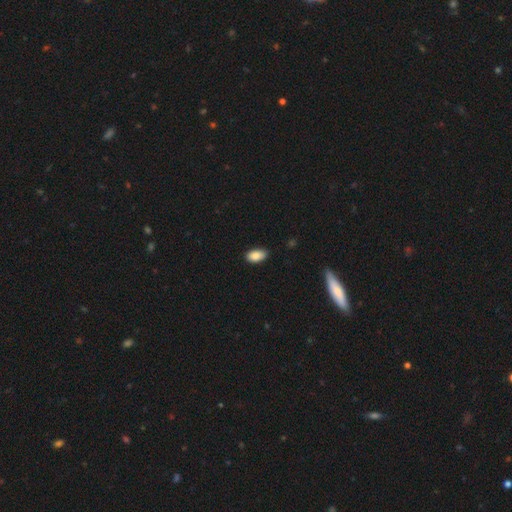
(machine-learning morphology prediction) Smooth or featured: smooth — 87% (star or artifact — 7%)
How rounded: in between — 94% (round — 4%)
Merging: none — 83% (minor disturbance — 14%)